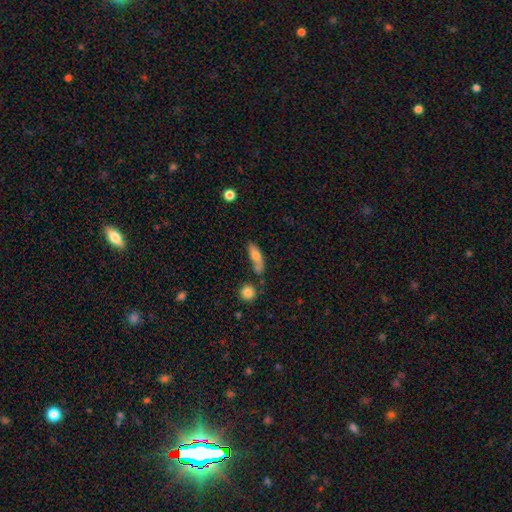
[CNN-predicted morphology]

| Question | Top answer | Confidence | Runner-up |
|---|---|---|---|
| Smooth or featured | smooth | 71% | featured or disk (22%) |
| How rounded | in between | 53% | cigar-shaped (43%) |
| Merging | none | 53% | minor disturbance (24%) |